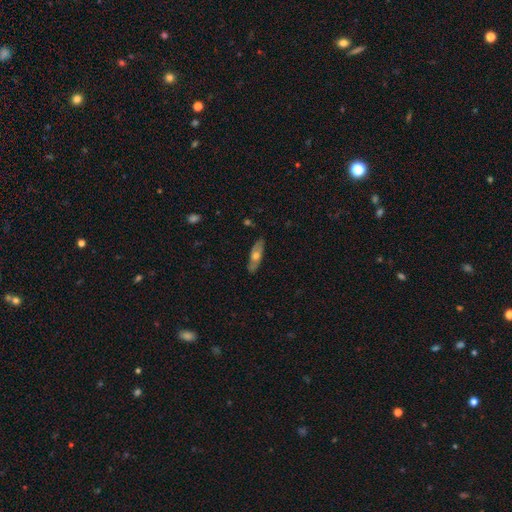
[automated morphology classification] Overall: smooth (50%; featured or disk 44%). How rounded: in between (53%; cigar-shaped 44%). Merging: none (85%).